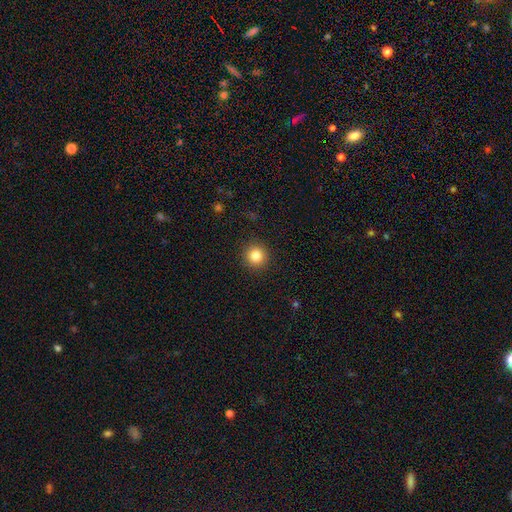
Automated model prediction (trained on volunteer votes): Smooth or featured? smooth (85%)
How rounded? round (95%)
Merging? none (91%)